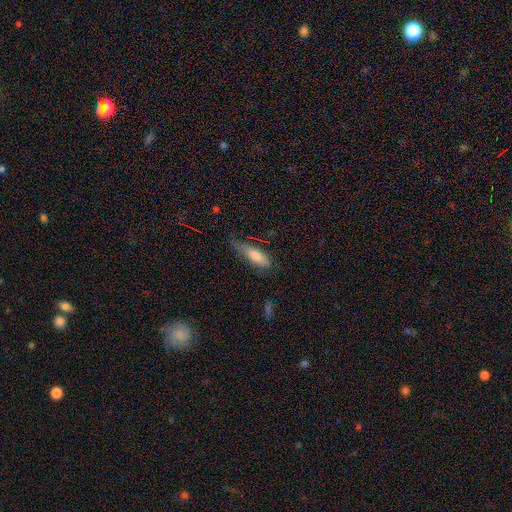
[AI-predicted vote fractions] Q: Smooth or featured?
A: smooth (71%); runner-up: featured or disk (22%)
Q: How rounded?
A: cigar-shaped (55%); runner-up: in between (43%)
Q: Merging?
A: none (56%); runner-up: minor disturbance (32%)